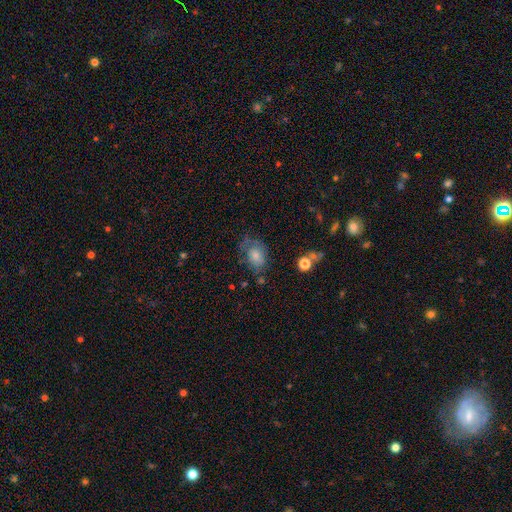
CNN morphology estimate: smooth-or-featured: smooth: 64% | featured or disk: 26% | star or artifact: 10%
  how-rounded: in between: 74% | round: 25% | cigar-shaped: 1%
  merging: none: 46% | minor disturbance: 29% | major disturbance: 21% | merger: 4%